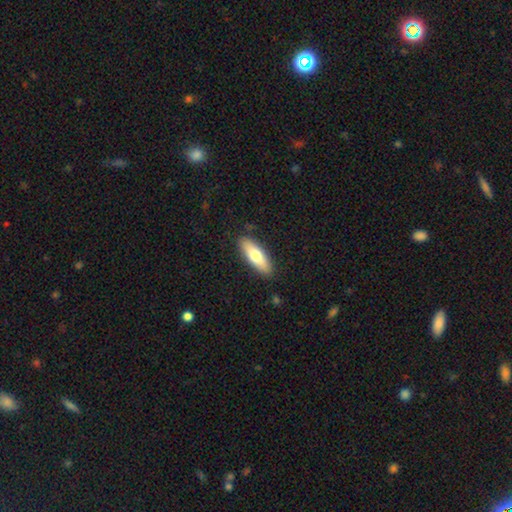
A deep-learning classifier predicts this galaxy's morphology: Overall: smooth (71%). How rounded: in between (56%; cigar-shaped 42%). Merging: none (88%).